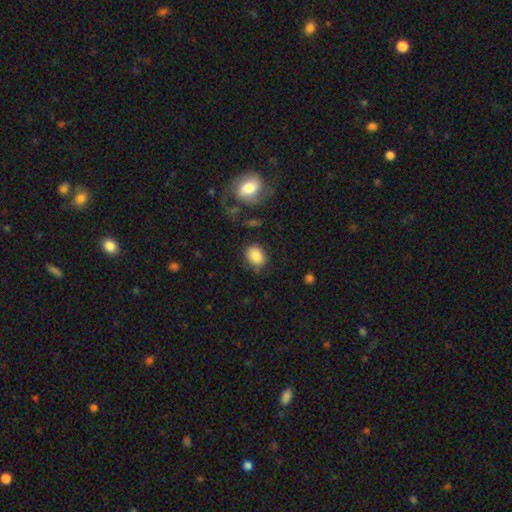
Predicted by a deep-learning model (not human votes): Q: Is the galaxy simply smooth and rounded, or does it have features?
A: smooth — 85%.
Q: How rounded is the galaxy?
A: in between — 57%.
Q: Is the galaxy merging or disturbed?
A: none — 75%.